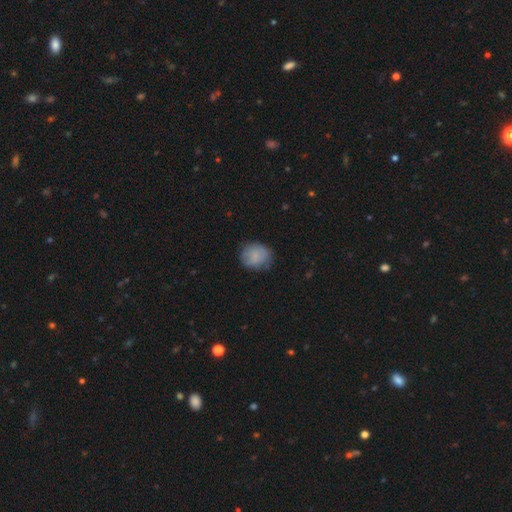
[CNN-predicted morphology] Q: Smooth or featured?
A: smooth (80%); runner-up: featured or disk (12%)
Q: How rounded?
A: round (72%); runner-up: in between (27%)
Q: Merging?
A: none (72%); runner-up: minor disturbance (21%)